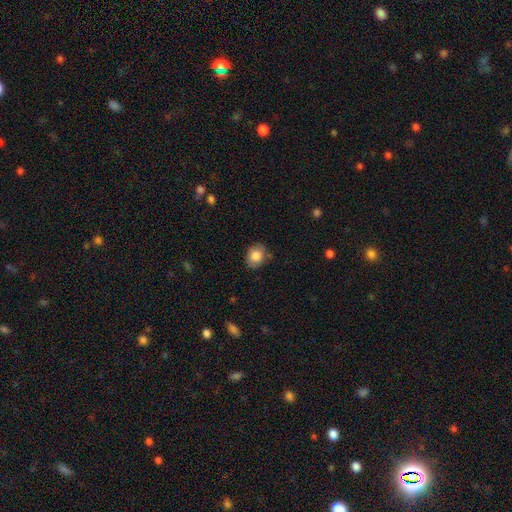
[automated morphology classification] A smooth galaxy with no disk features (82%) that is round (52%). Merging: none (80%).